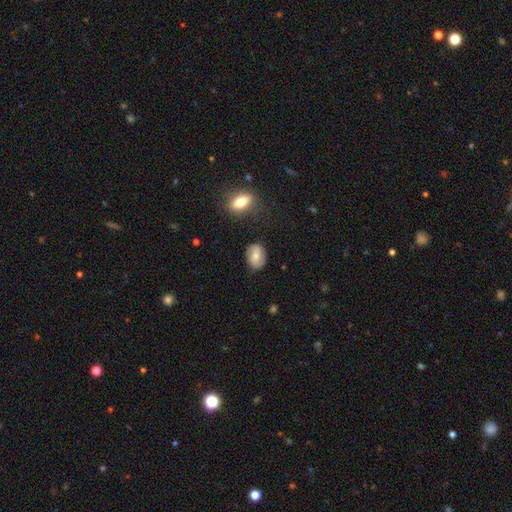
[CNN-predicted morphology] type=smooth (52%); roundness=in between (72%); merging=none (80%).